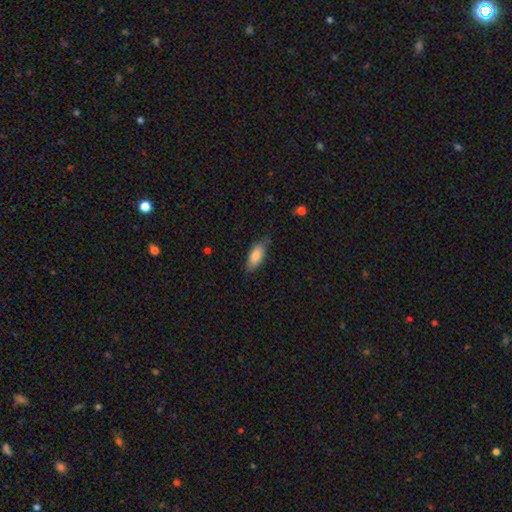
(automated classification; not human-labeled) Smooth or featured: smooth — 83% (featured or disk — 11%)
How rounded: in between — 84% (cigar-shaped — 14%)
Merging: none — 69% (minor disturbance — 25%)